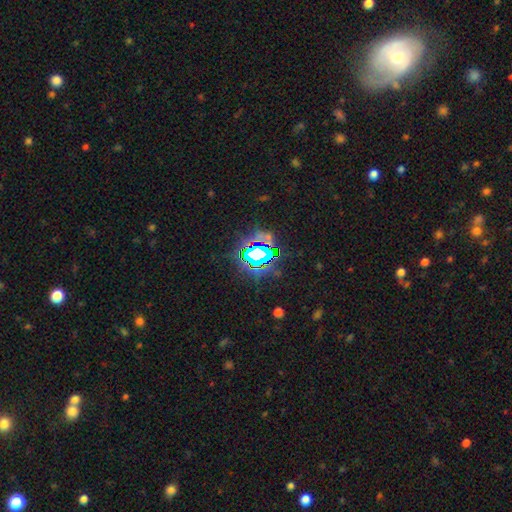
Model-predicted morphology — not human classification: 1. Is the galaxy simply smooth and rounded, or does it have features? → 74% star or artifact, 16% smooth, 11% featured or disk.